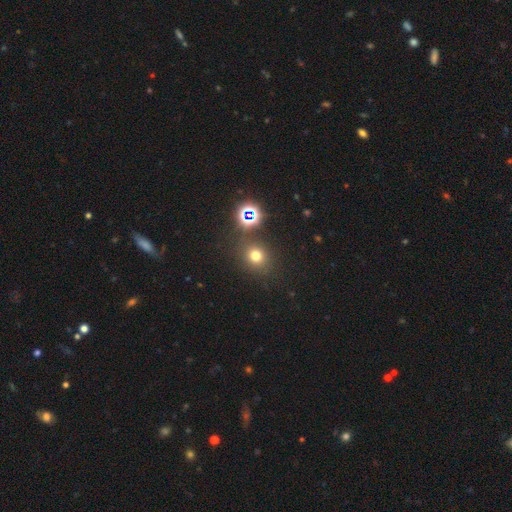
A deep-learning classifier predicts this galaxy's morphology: type=smooth (68%); roundness=round (83%); merging=none (83%).